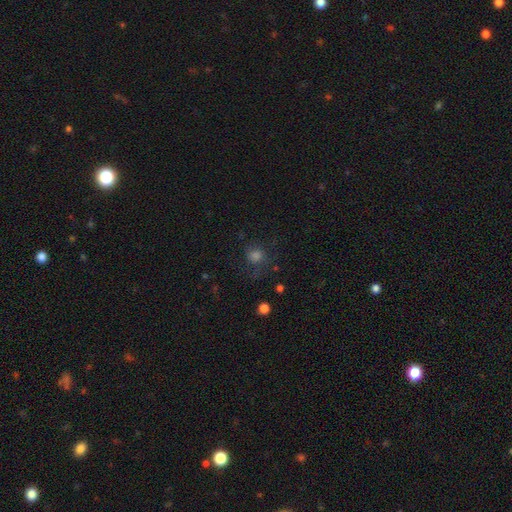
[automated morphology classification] Smooth or featured?
  - smooth: 58% *
  - star or artifact: 25%
  - featured or disk: 18%
How rounded?
  - round: 80% *
  - in between: 18%
  - cigar-shaped: 1%
Merging?
  - none: 61% *
  - major disturbance: 20%
  - minor disturbance: 18%
  - merger: 2%